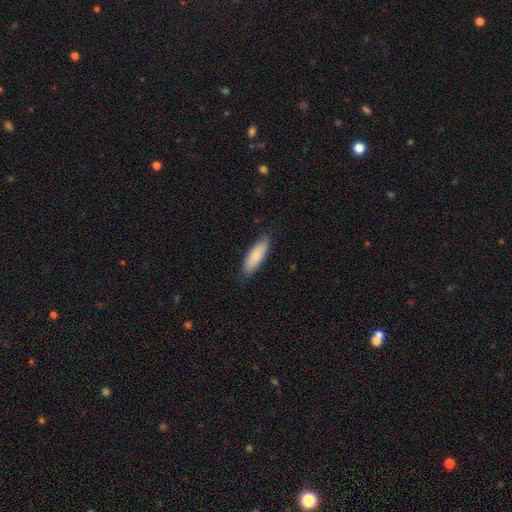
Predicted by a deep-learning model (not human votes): Smooth or featured? smooth (82%)
How rounded? in between (55%)
Merging? none (82%)